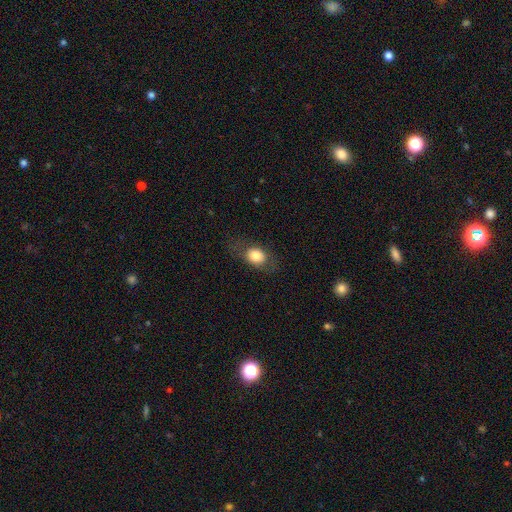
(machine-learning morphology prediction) smooth-or-featured: smooth: 75% | featured or disk: 16% | star or artifact: 8%
  how-rounded: in between: 62% | round: 36% | cigar-shaped: 2%
  merging: none: 75% | minor disturbance: 15% | major disturbance: 9% | merger: 1%